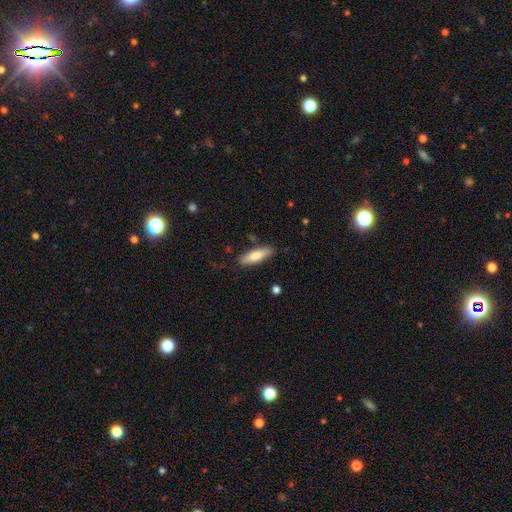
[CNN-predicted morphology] smooth_or_featured: smooth (p=0.79) [alt: featured or disk p=0.16]
how_rounded: cigar-shaped (p=0.57) [alt: in between p=0.41]
merging: none (p=0.84) [alt: minor disturbance p=0.12]